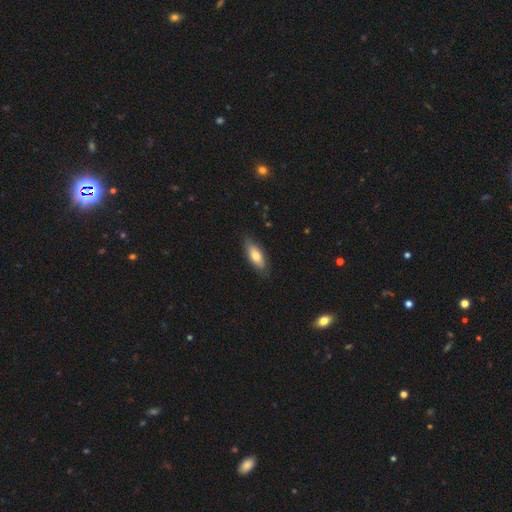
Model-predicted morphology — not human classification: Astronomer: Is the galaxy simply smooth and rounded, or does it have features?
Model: smooth — 73%.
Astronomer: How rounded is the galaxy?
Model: in between — 76%.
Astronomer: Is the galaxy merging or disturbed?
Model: none — 82%.